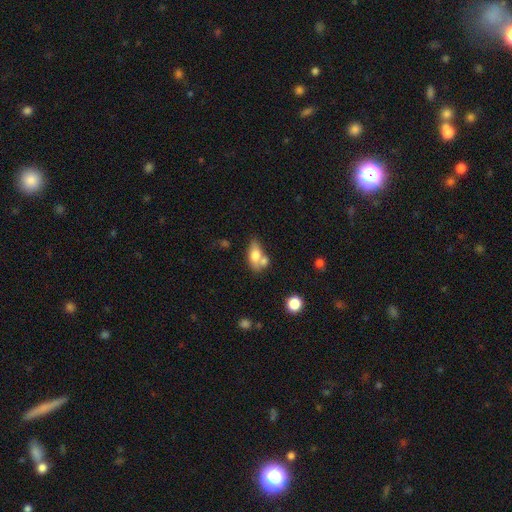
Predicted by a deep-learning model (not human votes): smooth-or-featured: smooth: 70% | featured or disk: 22% | star or artifact: 8%
  how-rounded: in between: 85% | round: 8% | cigar-shaped: 7%
  merging: merger: 43% | none: 37% | minor disturbance: 14% | major disturbance: 6%